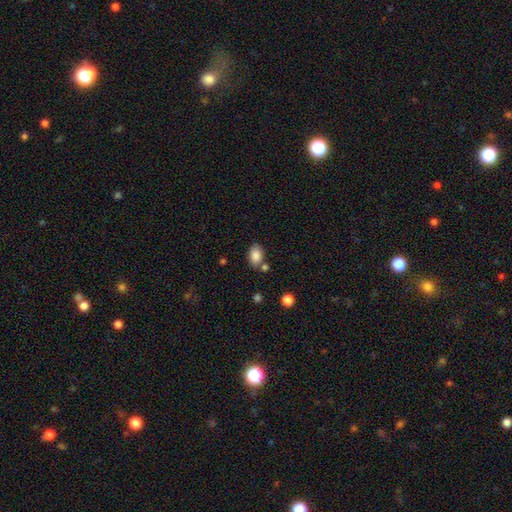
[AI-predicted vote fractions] smooth_or_featured: smooth (p=0.86) [alt: star or artifact p=0.09]
how_rounded: in between (p=0.82) [alt: round p=0.17]
merging: none (p=0.69) [alt: minor disturbance p=0.15]